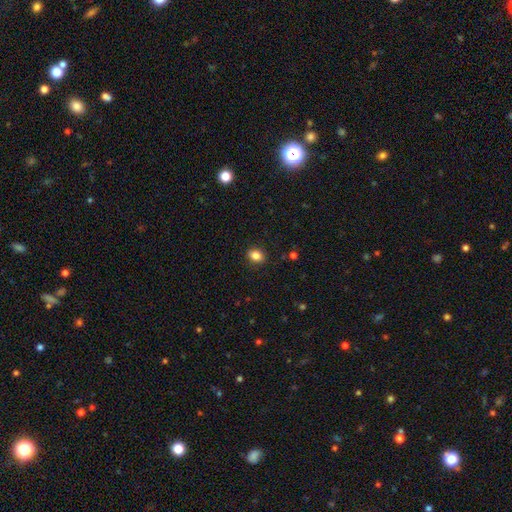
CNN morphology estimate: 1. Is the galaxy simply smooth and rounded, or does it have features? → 85% smooth, 10% star or artifact, 5% featured or disk.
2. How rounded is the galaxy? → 61% in between, 38% round, 1% cigar-shaped.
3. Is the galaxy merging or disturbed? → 89% none, 8% minor disturbance, 2% major disturbance, 1% merger.